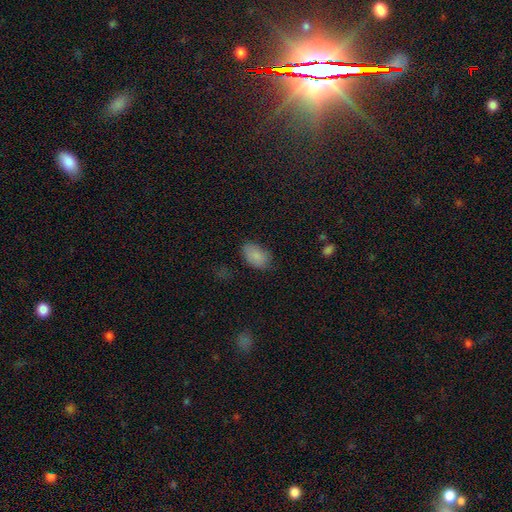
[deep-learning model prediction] Q: Smooth or featured?
A: smooth (86%); runner-up: star or artifact (8%)
Q: How rounded?
A: in between (92%); runner-up: round (7%)
Q: Merging?
A: none (76%); runner-up: minor disturbance (19%)